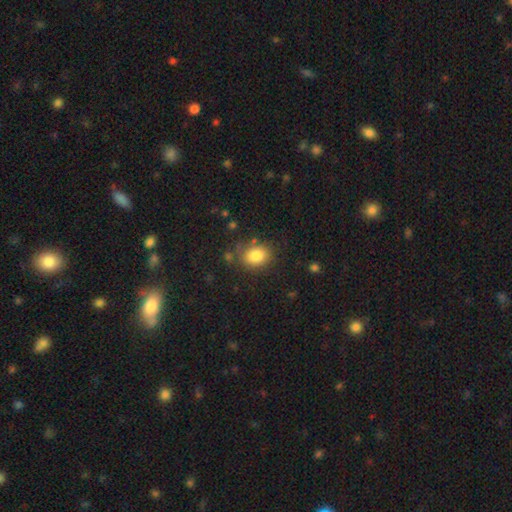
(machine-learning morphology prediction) smooth-or-featured: smooth: 85% | star or artifact: 9% | featured or disk: 6%
  how-rounded: in between: 62% | round: 37% | cigar-shaped: 1%
  merging: none: 76% | minor disturbance: 15% | major disturbance: 5% | merger: 4%